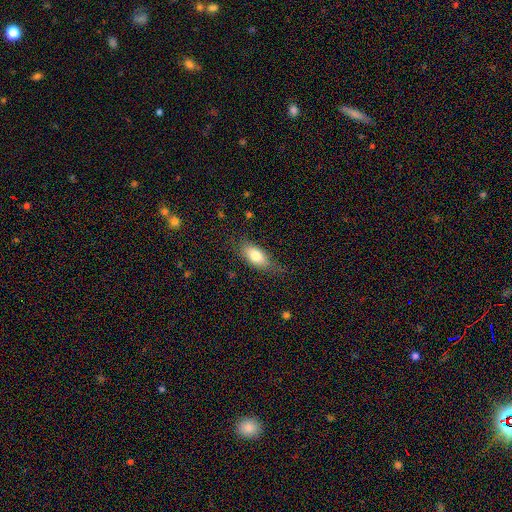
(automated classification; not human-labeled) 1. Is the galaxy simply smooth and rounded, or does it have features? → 78% smooth, 15% featured or disk, 7% star or artifact.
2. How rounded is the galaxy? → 84% in between, 12% cigar-shaped, 4% round.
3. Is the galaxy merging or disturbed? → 72% none, 20% minor disturbance, 6% major disturbance, 1% merger.